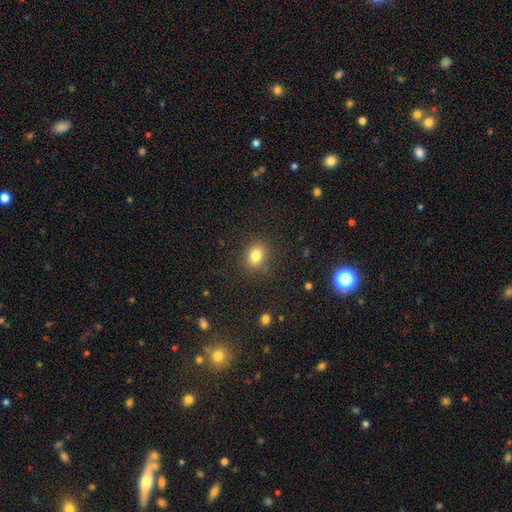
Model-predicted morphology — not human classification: This appears to be a smooth galaxy with no disk features (81%) that is in between round and cigar-shaped (52%). Merging: none (84%).